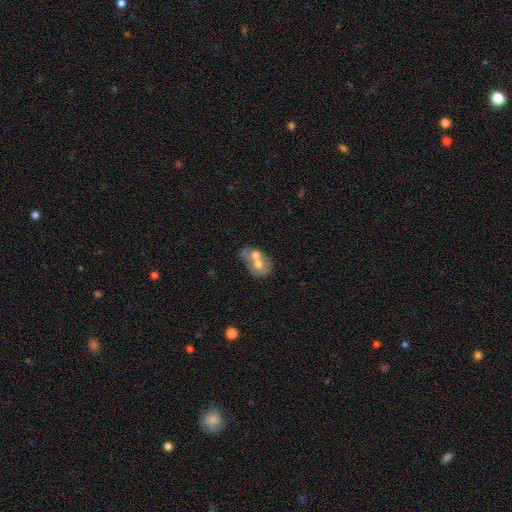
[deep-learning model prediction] Smooth or featured?
  - smooth: 46% * (tied)
  - featured or disk: 46% * (tied)
  - star or artifact: 8%
Merging?
  - merger: 58% *
  - none: 23%
  - minor disturbance: 11%
  - major disturbance: 7%